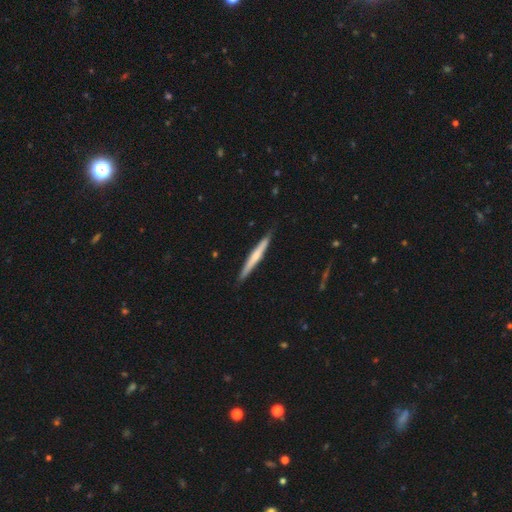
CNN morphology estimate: Smooth or featured: featured or disk — 50% (smooth — 45%)
Merging: none — 89% (minor disturbance — 9%)